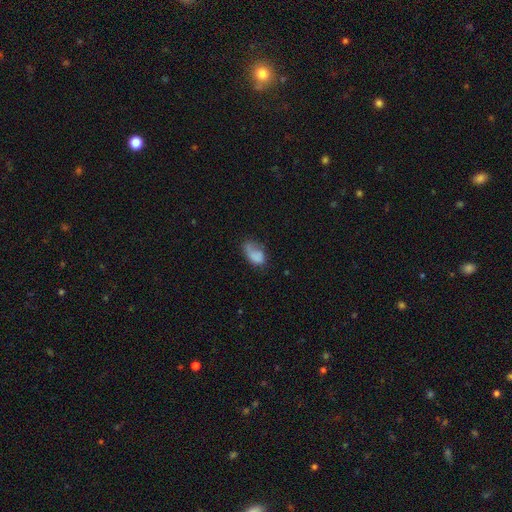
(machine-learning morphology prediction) smooth 72%, featured or disk 19%, star or artifact 9%. Down the decision tree: how rounded — in between (90%); merging — none (34%).